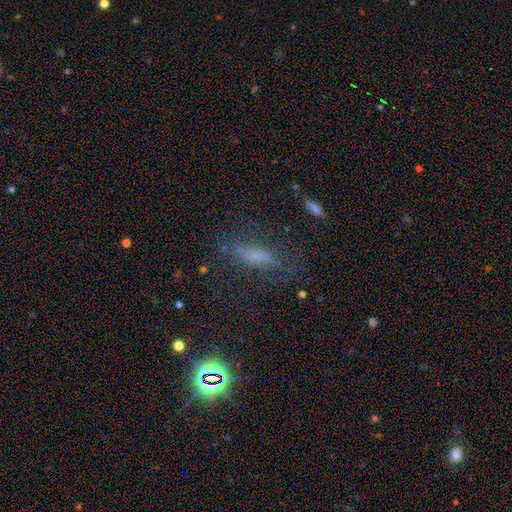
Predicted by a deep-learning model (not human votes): This appears to be a smooth galaxy with no disk features (39%). Merging: none (67%).